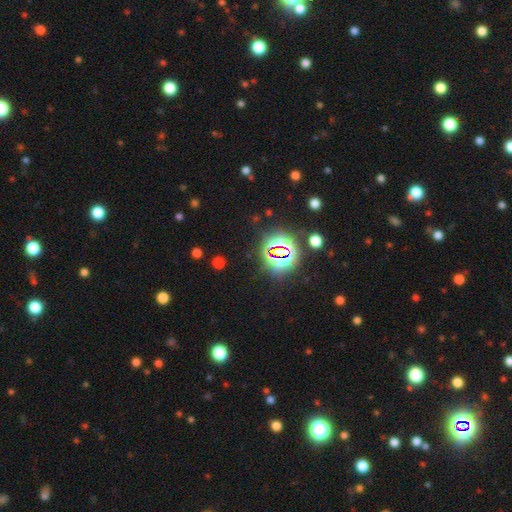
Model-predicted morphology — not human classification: Smooth or featured? star or artifact (76%)